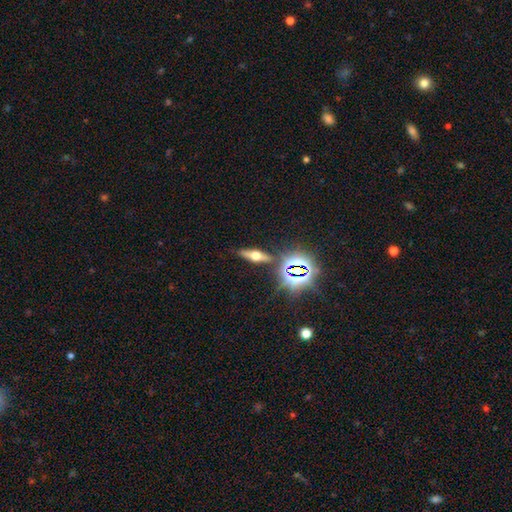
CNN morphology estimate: This appears to be a featured or disk galaxy (46%). Merging: none (83%).